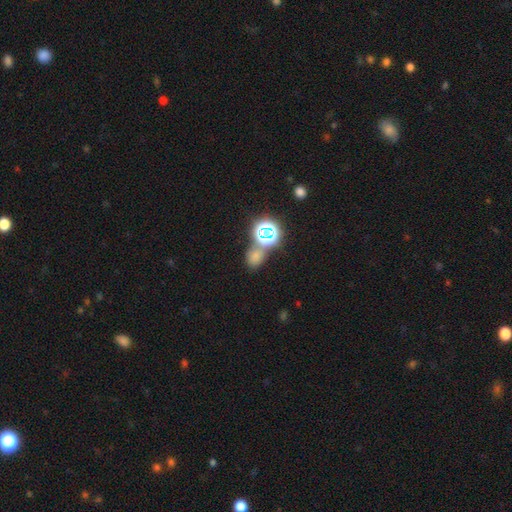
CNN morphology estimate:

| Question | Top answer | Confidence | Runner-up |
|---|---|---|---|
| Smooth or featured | smooth | 55% | star or artifact (38%) |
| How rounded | in between | 49% | tied: round (49%) |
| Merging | none | 55% | merger (26%) |